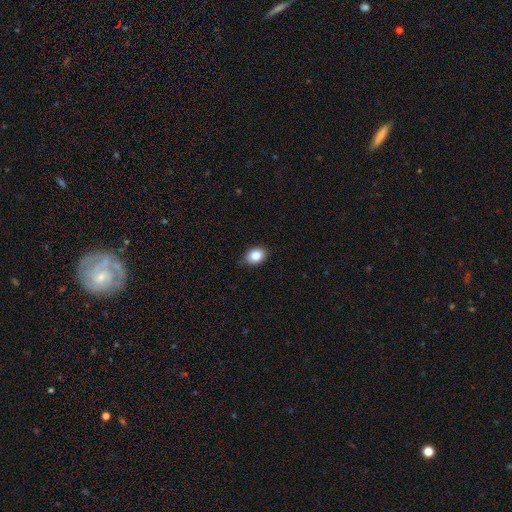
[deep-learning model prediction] Smooth or featured? smooth (84%)
How rounded? in between (62%)
Merging? none (81%)